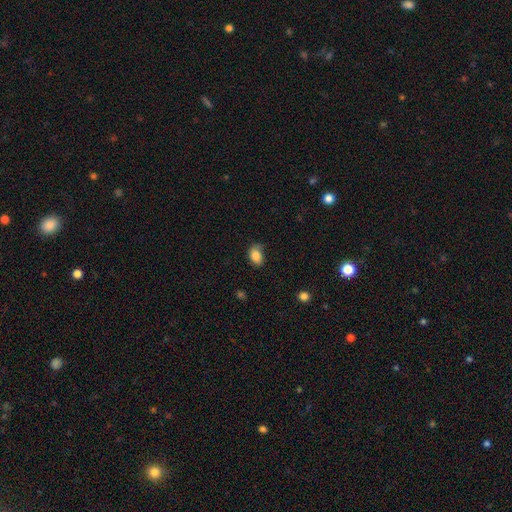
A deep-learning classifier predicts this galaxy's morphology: Overall: smooth (84%). How rounded: in between (76%). Merging: none (62%; minor disturbance 30%).